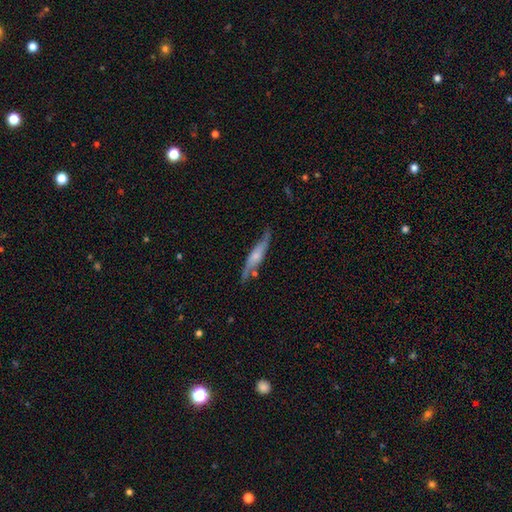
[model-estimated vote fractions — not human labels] Smooth or featured: featured or disk — 55% (smooth — 40%)
Edge-on disk: yes — 66% (no — 34%)
Merging: none — 66% (minor disturbance — 23%)